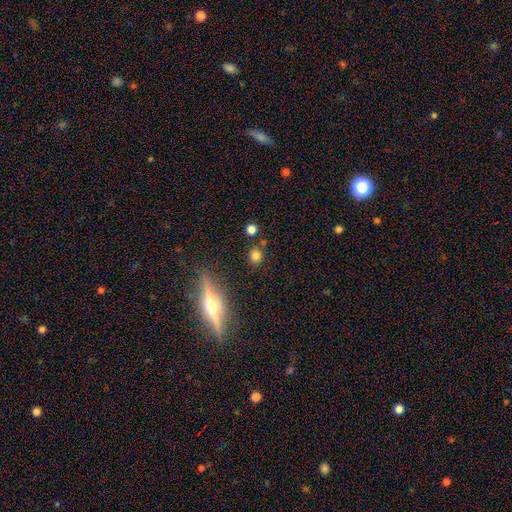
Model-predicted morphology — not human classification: Smooth or featured? Predicted: smooth (p=0.76). How rounded? Predicted: round (p=0.71). Merging? Predicted: none (p=0.82).